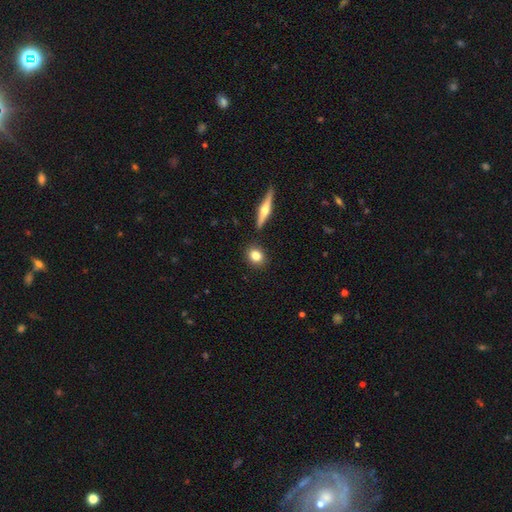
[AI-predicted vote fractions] smooth-or-featured: smooth: 79% | featured or disk: 13% | star or artifact: 8%
  how-rounded: round: 59% | in between: 38% | cigar-shaped: 4%
  merging: none: 86% | minor disturbance: 8% | merger: 4% | major disturbance: 2%